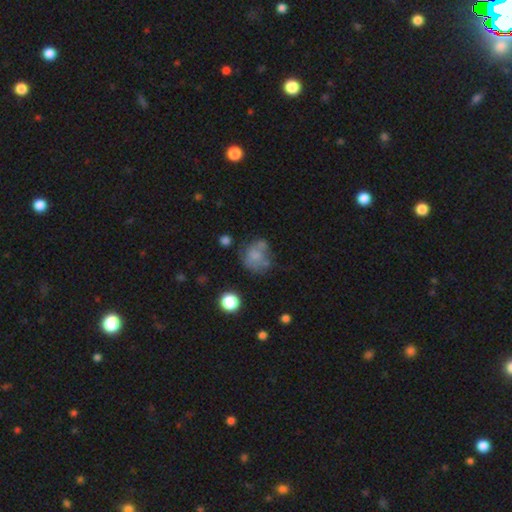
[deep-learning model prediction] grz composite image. It shows a smooth galaxy with no disk features (59%) that is round (69%). Merging: none (42%).